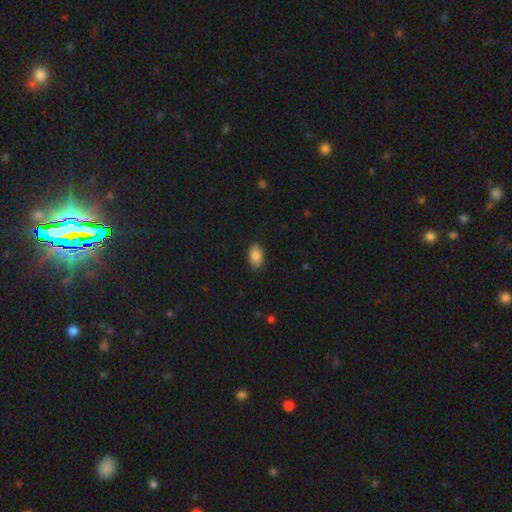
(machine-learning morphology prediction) Q: Smooth or featured?
A: smooth (87%); runner-up: star or artifact (8%)
Q: How rounded?
A: in between (89%); runner-up: round (9%)
Q: Merging?
A: none (86%); runner-up: minor disturbance (11%)